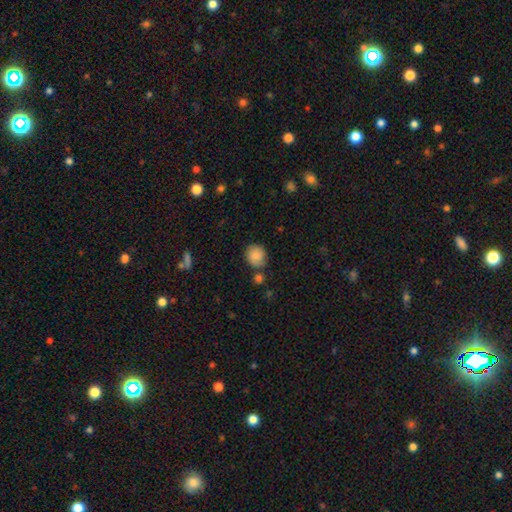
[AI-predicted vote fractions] Smooth or featured?
  - smooth: 81% *
  - featured or disk: 11%
  - star or artifact: 8%
How rounded?
  - round: 78% *
  - in between: 21%
  - cigar-shaped: 1%
Merging?
  - none: 69% *
  - minor disturbance: 19%
  - merger: 7%
  - major disturbance: 4%